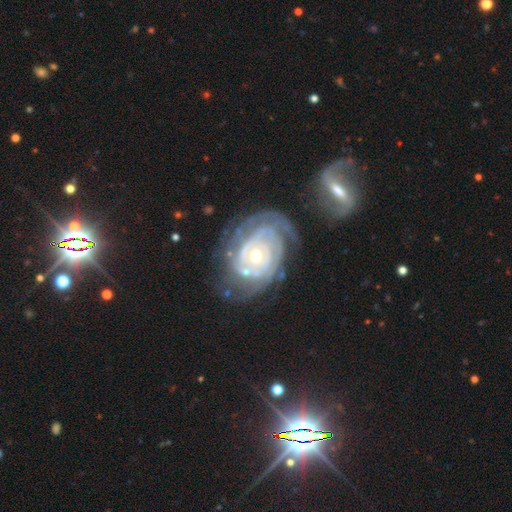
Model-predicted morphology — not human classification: featured or disk 89%, smooth 6%, star or artifact 5%. Down the decision tree: edge-on disk — no (96%); bar — no (75%); spiral arms — yes (96%); spiral arm count — can't tell (30%); spiral winding — tight (80%); bulge size — moderate (52%); merging — none (59%).